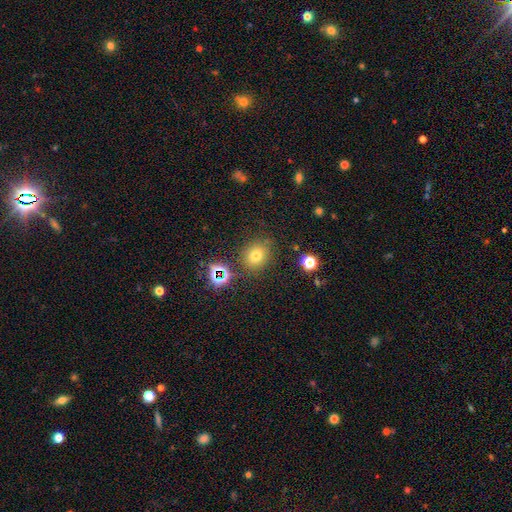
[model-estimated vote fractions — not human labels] This appears to be a smooth galaxy with no disk features (68%) that is round (76%). Merging: none (81%).